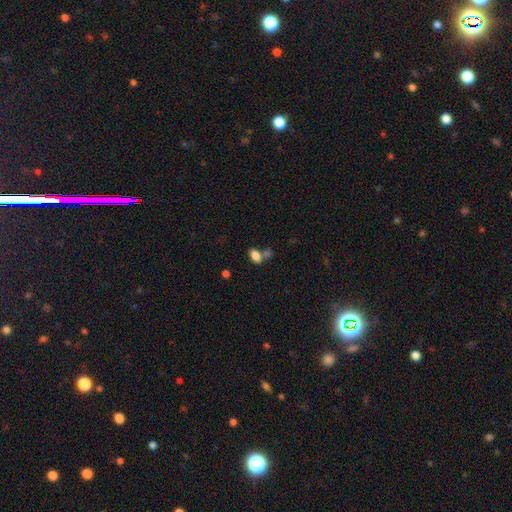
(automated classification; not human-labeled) smooth_or_featured: smooth (p=0.84) [alt: star or artifact p=0.10]
how_rounded: in between (p=0.91) [alt: round p=0.07]
merging: none (p=0.49) [alt: merger p=0.34]